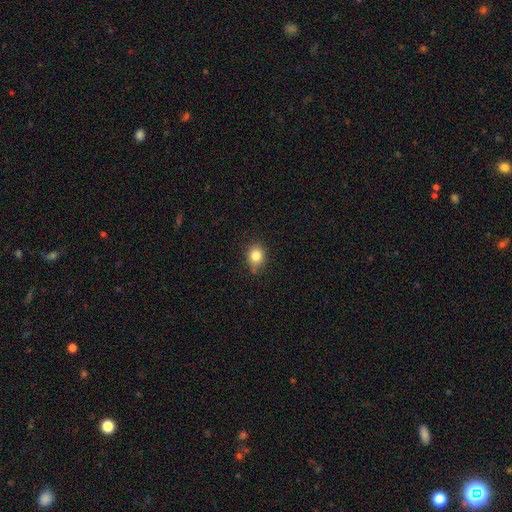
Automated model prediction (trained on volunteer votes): A smooth galaxy with no disk features (82%) that is round (58%). Merging: none (72%).